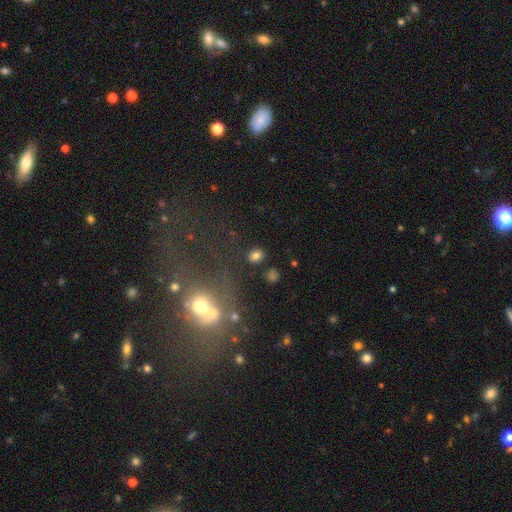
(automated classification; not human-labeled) The model was most divided on "how rounded": in between: 50%, round: 49%, cigar-shaped: 2%. More confident: merging — none (85%); smooth or featured — smooth (79%).